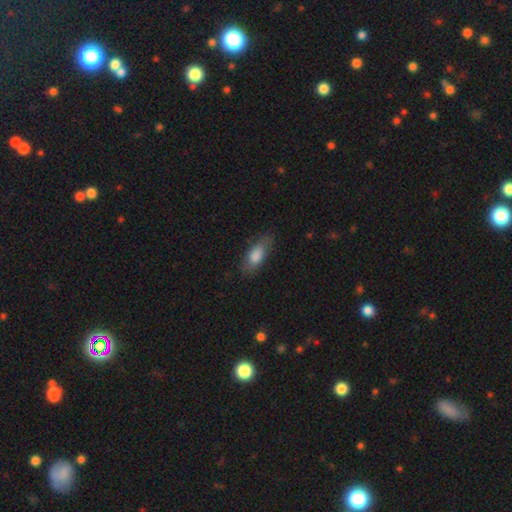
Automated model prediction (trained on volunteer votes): Q: Smooth or featured?
A: smooth (80%); runner-up: featured or disk (14%)
Q: How rounded?
A: in between (80%); runner-up: cigar-shaped (16%)
Q: Merging?
A: none (71%); runner-up: minor disturbance (21%)